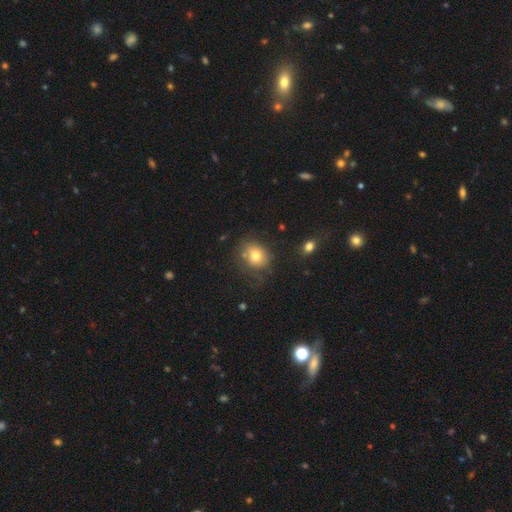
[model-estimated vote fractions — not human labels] This appears to be a smooth galaxy with no disk features (76%) that is round (61%). Merging: none (67%).